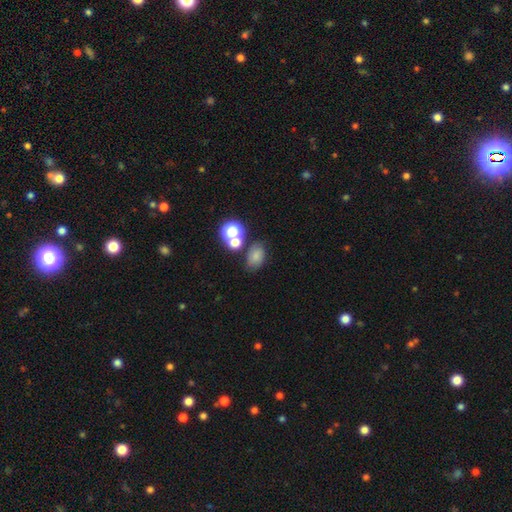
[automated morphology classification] smooth-or-featured: smooth: 68% | star or artifact: 18% | featured or disk: 13%
  how-rounded: in between: 71% | round: 28% | cigar-shaped: 1%
  merging: none: 60% | merger: 18% | minor disturbance: 16% | major disturbance: 6%